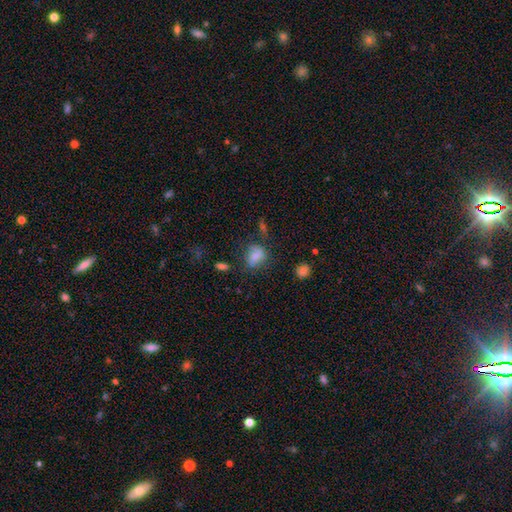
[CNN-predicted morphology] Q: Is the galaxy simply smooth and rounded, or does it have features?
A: smooth — 74%.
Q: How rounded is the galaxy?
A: in between — 59%.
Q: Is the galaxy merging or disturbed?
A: none — 54%.